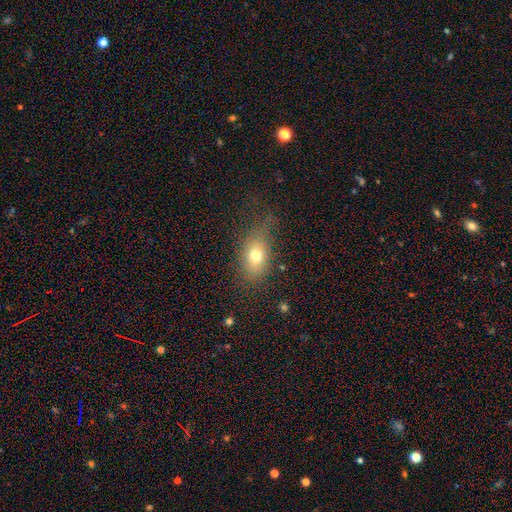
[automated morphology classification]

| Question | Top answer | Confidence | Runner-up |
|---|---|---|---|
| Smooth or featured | smooth | 72% | featured or disk (16%) |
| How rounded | in between | 74% | round (23%) |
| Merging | none | 55% | minor disturbance (24%) |